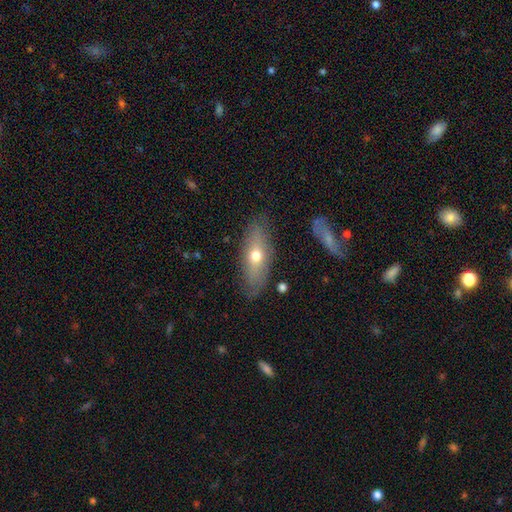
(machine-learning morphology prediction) Q: Smooth or featured?
A: smooth (57%); runner-up: featured or disk (35%)
Q: How rounded?
A: in between (65%); runner-up: cigar-shaped (31%)
Q: Merging?
A: none (80%); runner-up: minor disturbance (14%)